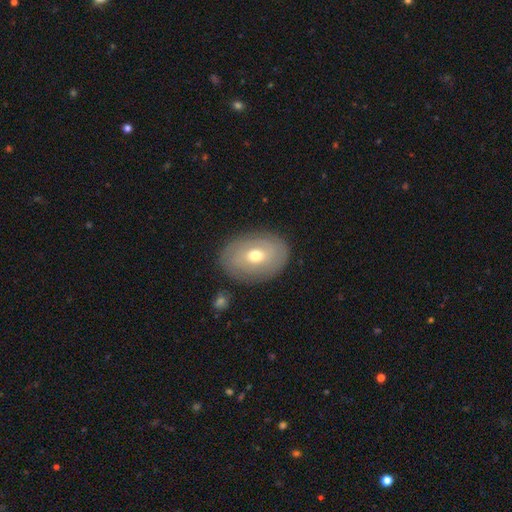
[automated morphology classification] featured or disk 49%, smooth 44%, star or artifact 7%. Down the decision tree: merging — none (84%).